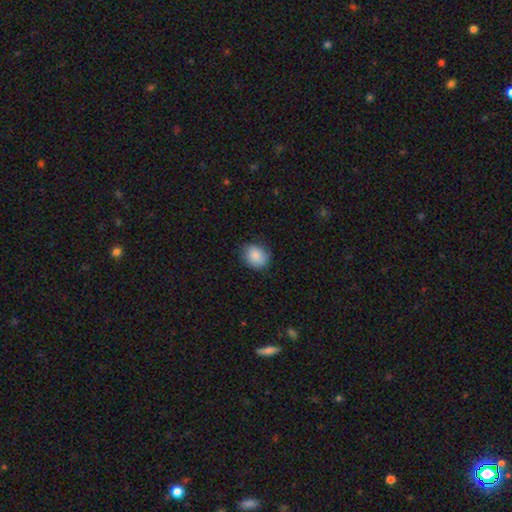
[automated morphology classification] smooth-or-featured: smooth: 87% | star or artifact: 7% | featured or disk: 6%
  how-rounded: round: 53% | in between: 46% | cigar-shaped: 1%
  merging: none: 78% | minor disturbance: 17% | major disturbance: 3% | merger: 1%